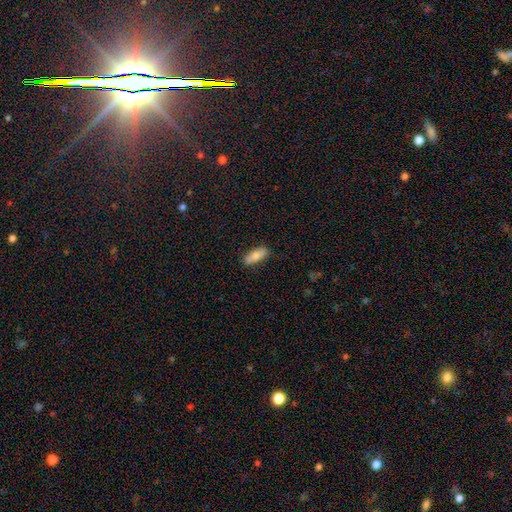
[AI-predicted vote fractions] A smooth galaxy with no disk features (77%) that is in between round and cigar-shaped (74%).

Vote fractions:
- Smooth or featured? smooth: 77% / featured or disk: 17% / star or artifact: 6%
- How rounded? in between: 74% / cigar-shaped: 23% / round: 2%
- Merging? none: 85% / minor disturbance: 12% / major disturbance: 2% / merger: 1%